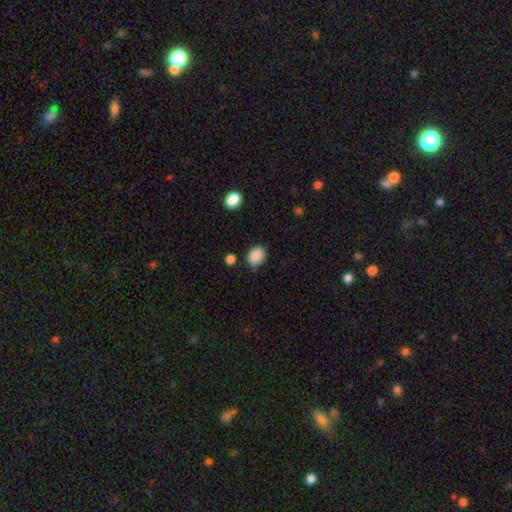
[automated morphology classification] This appears to be a smooth galaxy with no disk features (88%) that is in between round and cigar-shaped (54%). Merging: none (79%).